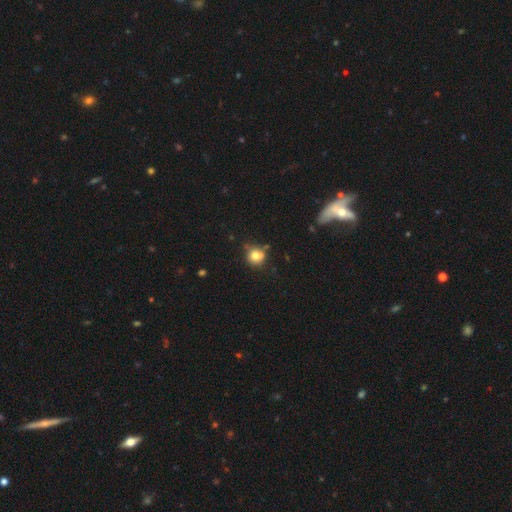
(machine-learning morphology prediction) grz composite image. It shows a smooth galaxy with no disk features (79%) that is round (90%). Merging: none (70%).